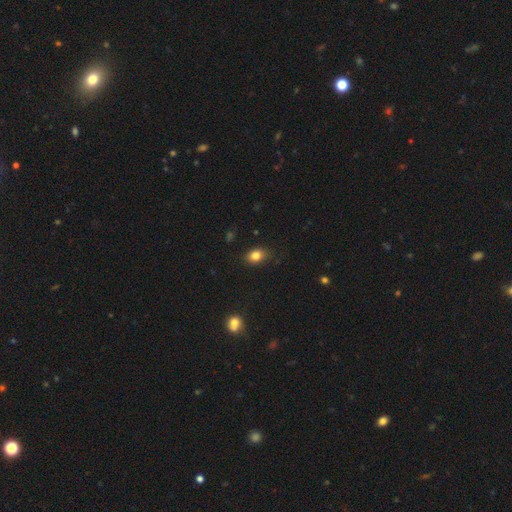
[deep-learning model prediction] smooth-or-featured: smooth: 83% | star or artifact: 10% | featured or disk: 7%
  how-rounded: in between: 70% | round: 29% | cigar-shaped: 1%
  merging: none: 83% | minor disturbance: 13% | major disturbance: 3% | merger: 1%